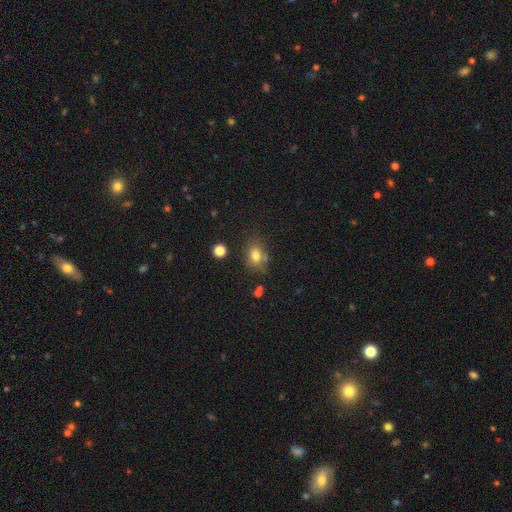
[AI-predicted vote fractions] smooth 77%, star or artifact 13%, featured or disk 10%. Down the decision tree: how rounded — in between (59%); merging — none (66%).